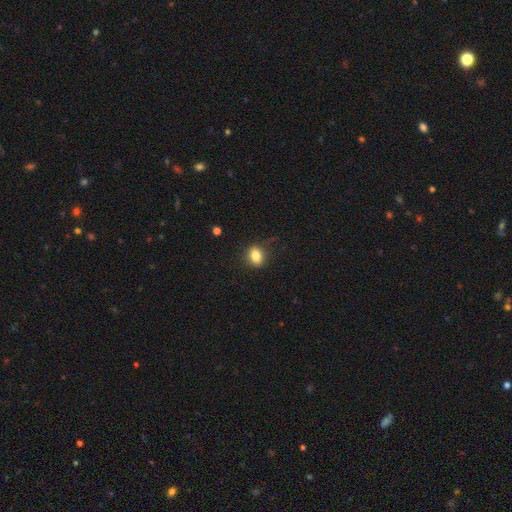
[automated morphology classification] Smooth or featured: smooth — 82% (star or artifact — 10%)
How rounded: in between — 58% (round — 40%)
Merging: none — 84% (minor disturbance — 12%)